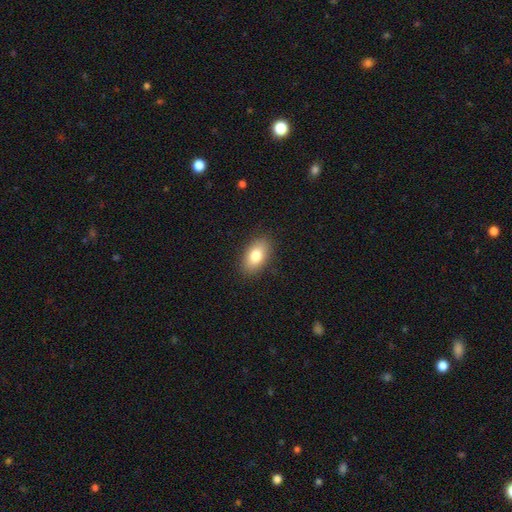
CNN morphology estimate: smooth_or_featured: smooth (p=0.80) [alt: featured or disk p=0.12]
how_rounded: in between (p=0.90) [alt: round p=0.08]
merging: none (p=0.88) [alt: minor disturbance p=0.09]